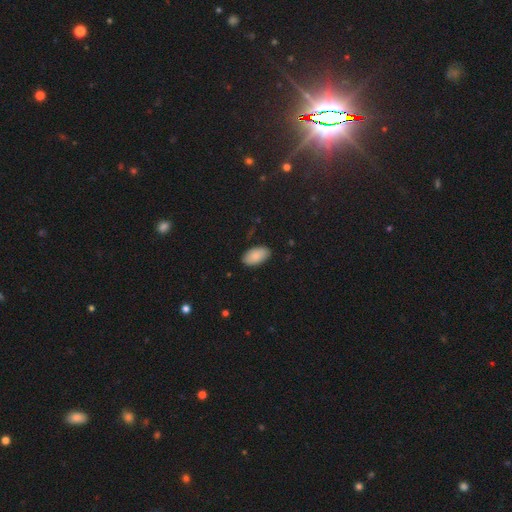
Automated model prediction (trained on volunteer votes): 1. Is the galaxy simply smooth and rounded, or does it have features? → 87% smooth, 7% star or artifact, 6% featured or disk.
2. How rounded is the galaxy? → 95% in between, 3% round, 2% cigar-shaped.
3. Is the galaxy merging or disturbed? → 87% none, 10% minor disturbance, 2% major disturbance, 1% merger.